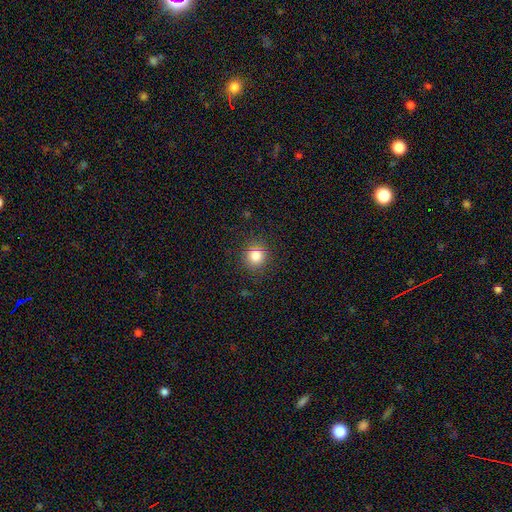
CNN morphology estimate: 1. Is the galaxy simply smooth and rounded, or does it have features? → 83% smooth, 12% star or artifact, 5% featured or disk.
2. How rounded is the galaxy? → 88% round, 11% in between, 1% cigar-shaped.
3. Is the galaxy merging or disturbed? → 88% none, 8% minor disturbance, 3% major disturbance, 1% merger.